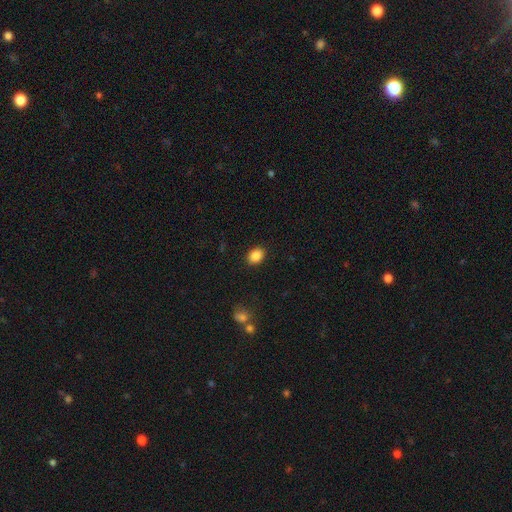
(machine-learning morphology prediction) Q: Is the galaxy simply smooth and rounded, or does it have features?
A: smooth — 87%.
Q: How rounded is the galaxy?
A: in between — 60%.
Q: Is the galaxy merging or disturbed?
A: none — 89%.